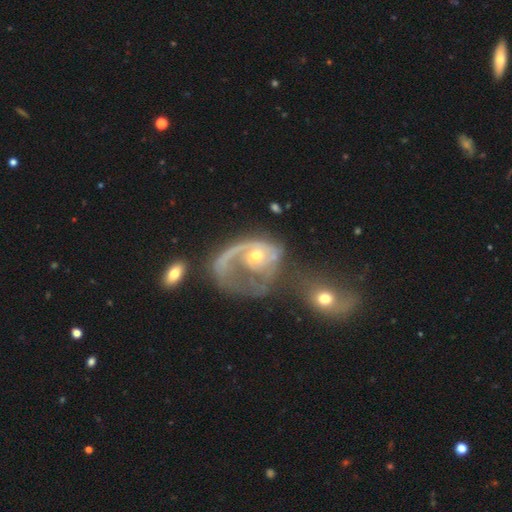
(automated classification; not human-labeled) Smooth or featured: featured or disk — 74% (smooth — 17%)
Edge-on disk: no — 96% (yes — 4%)
Bar: no — 75% (weak — 19%)
Spiral arms: yes — 69% (no — 31%)
Bulge size: moderate — 51% (small — 42%)
Merging: merger — 37% (major disturbance — 36%)